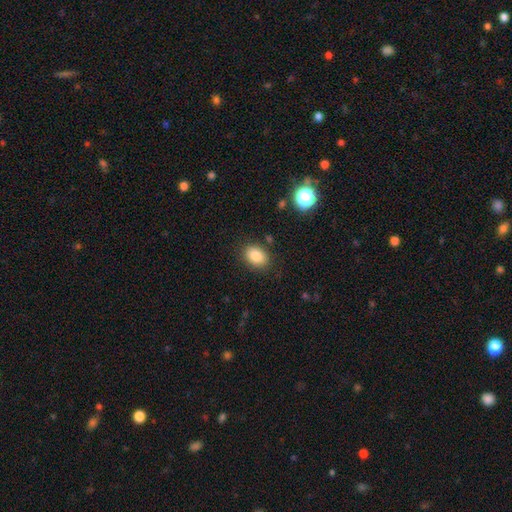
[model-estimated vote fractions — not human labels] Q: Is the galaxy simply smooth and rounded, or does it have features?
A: smooth — 85%.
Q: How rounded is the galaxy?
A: in between — 73%.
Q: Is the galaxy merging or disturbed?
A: none — 85%.